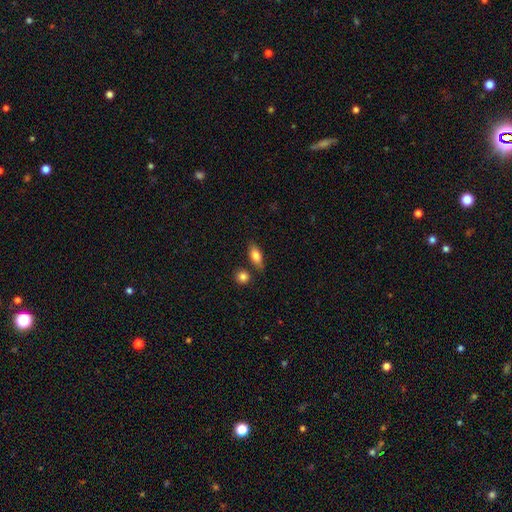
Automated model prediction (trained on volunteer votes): smooth_or_featured: smooth (p=0.80) [alt: featured or disk p=0.13]
how_rounded: in between (p=0.83) [alt: cigar-shaped p=0.12]
merging: none (p=0.74) [alt: minor disturbance p=0.14]